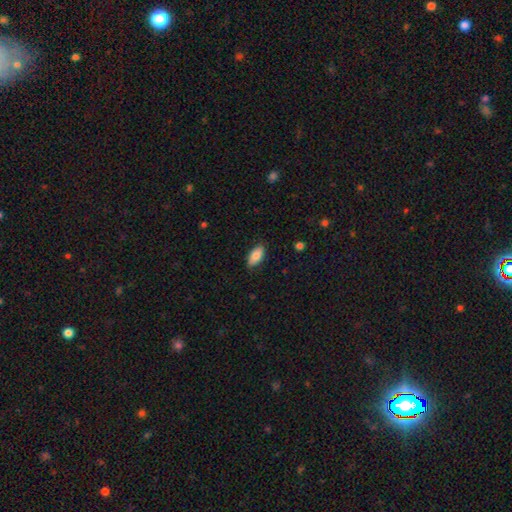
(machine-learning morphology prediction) Smooth or featured?
  - smooth: 83% *
  - featured or disk: 10%
  - star or artifact: 6%
How rounded?
  - in between: 91% *
  - cigar-shaped: 7%
  - round: 2%
Merging?
  - none: 85% *
  - minor disturbance: 12%
  - major disturbance: 2%
  - merger: 1%